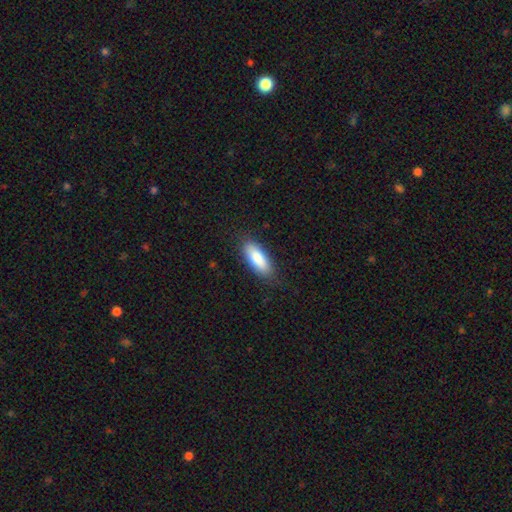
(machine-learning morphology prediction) This appears to be a smooth galaxy with no disk features (86%) that is in between round and cigar-shaped (72%). Merging: none (84%).